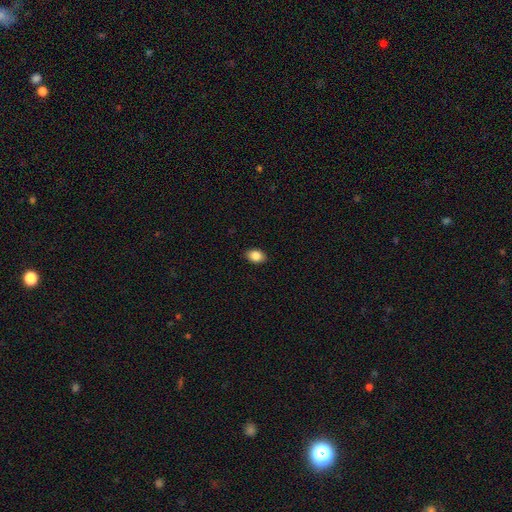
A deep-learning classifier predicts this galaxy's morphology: The model was most divided on "how rounded": in between: 80%, round: 18%, cigar-shaped: 1%. More confident: merging — none (89%); smooth or featured — smooth (86%).